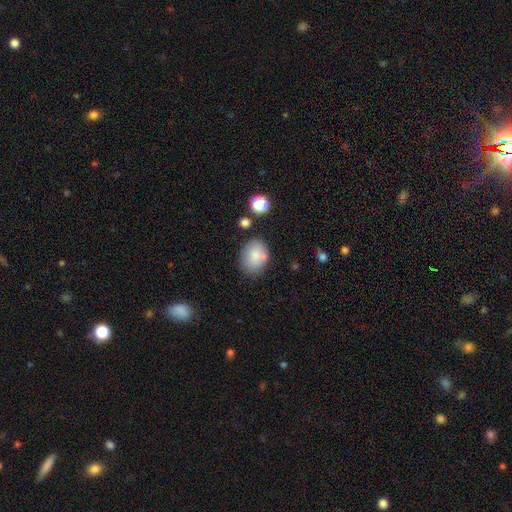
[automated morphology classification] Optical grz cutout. It shows a smooth galaxy with no disk features (82%) that is in between round and cigar-shaped (61%). Merging: none (70%).